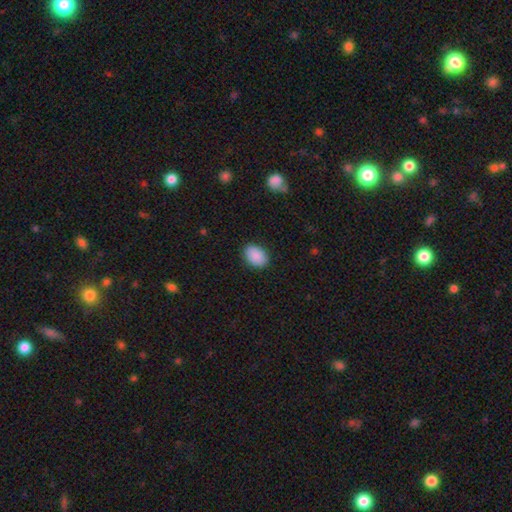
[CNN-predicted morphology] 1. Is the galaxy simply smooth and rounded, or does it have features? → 90% smooth, 7% star or artifact, 3% featured or disk.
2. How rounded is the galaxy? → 81% in between, 18% round, 1% cigar-shaped.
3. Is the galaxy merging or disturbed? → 87% none, 9% minor disturbance, 2% major disturbance, 1% merger.